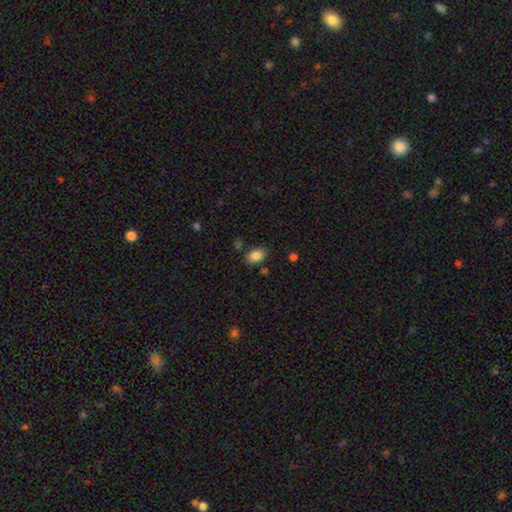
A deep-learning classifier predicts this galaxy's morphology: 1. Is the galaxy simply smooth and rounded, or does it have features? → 86% smooth, 9% star or artifact, 5% featured or disk.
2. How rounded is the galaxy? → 86% in between, 13% round, 1% cigar-shaped.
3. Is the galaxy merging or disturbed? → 80% none, 12% minor disturbance, 4% merger, 3% major disturbance.